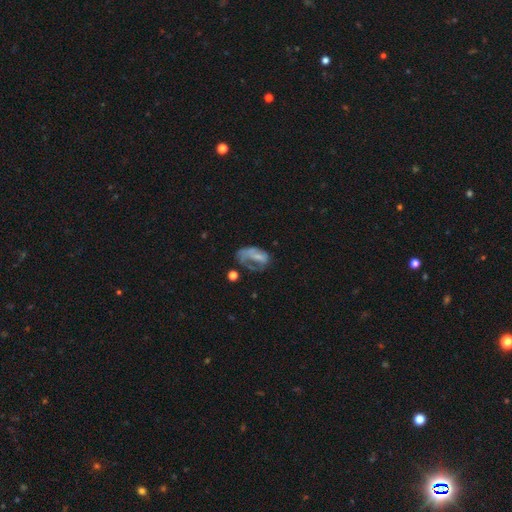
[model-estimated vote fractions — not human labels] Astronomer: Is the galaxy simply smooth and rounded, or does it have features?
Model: featured or disk — 48% (runner-up: smooth, 40%).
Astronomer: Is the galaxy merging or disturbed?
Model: major disturbance — 51%.